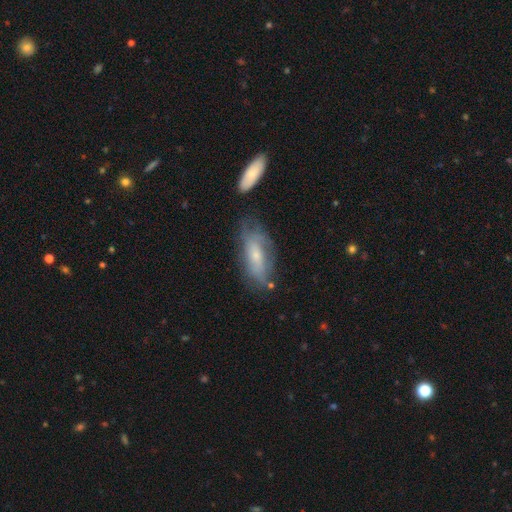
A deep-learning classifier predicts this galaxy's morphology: smooth_or_featured: smooth (p=0.48) [alt: featured or disk p=0.44]
merging: none (p=0.57) [alt: minor disturbance p=0.26]